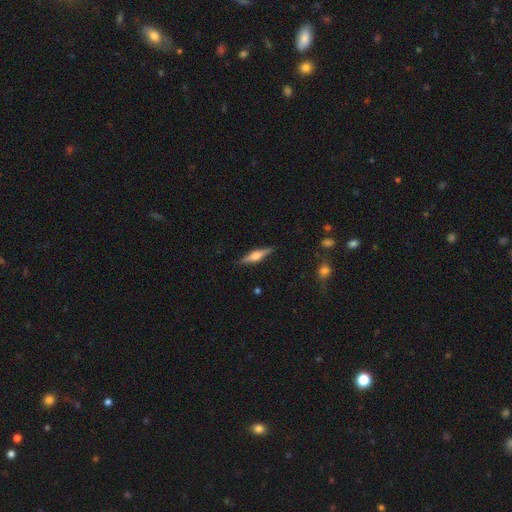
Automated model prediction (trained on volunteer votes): smooth-or-featured: featured or disk: 58% | smooth: 35% | star or artifact: 7%
  disk-edge-on: yes: 96% | no: 4%
    edge-on-bulge: rounded: 83% | boxy: 13% | none: 4%
  merging: none: 88% | minor disturbance: 9% | major disturbance: 2% | merger: 1%